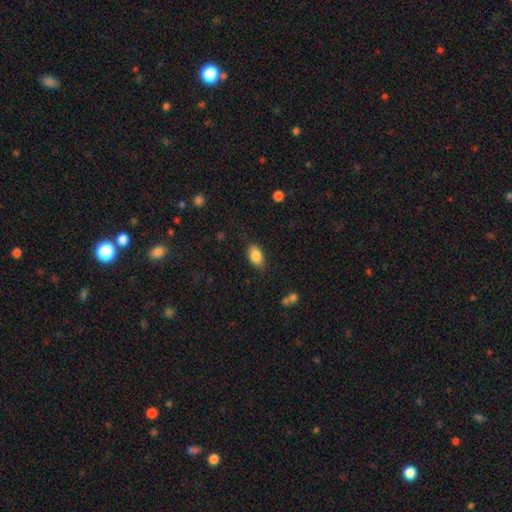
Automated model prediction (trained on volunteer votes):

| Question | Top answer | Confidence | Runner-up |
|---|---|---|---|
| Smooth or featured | smooth | 84% | star or artifact (8%) |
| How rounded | in between | 89% | round (9%) |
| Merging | none | 80% | minor disturbance (15%) |